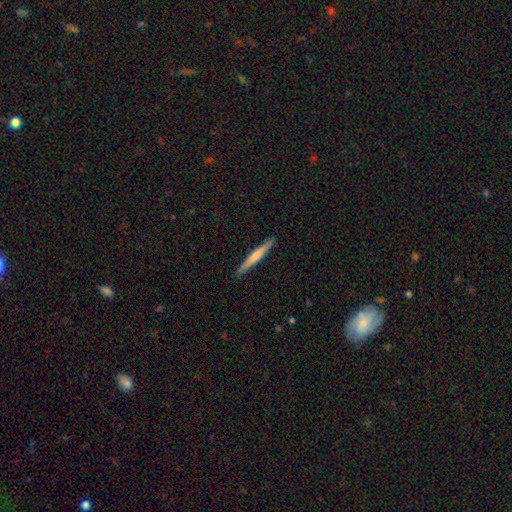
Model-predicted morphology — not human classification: A smooth galaxy with no disk features (55%) that is cigar-shaped (96%). Merging: none (91%).